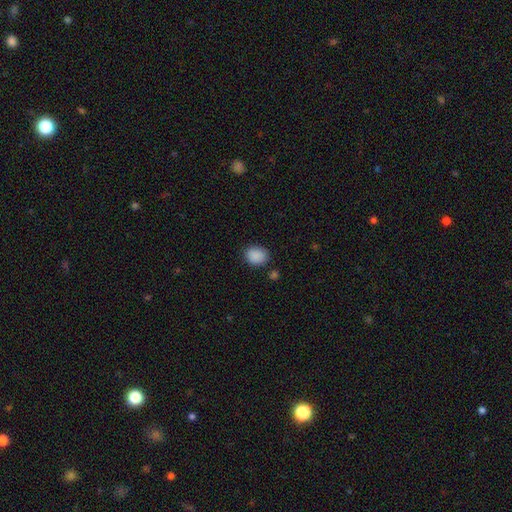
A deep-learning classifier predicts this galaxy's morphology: smooth_or_featured: smooth (p=0.89) [alt: star or artifact p=0.08]
how_rounded: round (p=0.52) [alt: in between p=0.47]
merging: none (p=0.82) [alt: minor disturbance p=0.12]